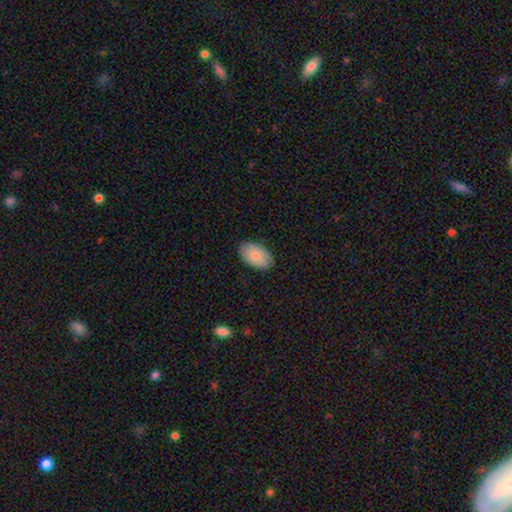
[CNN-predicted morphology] The model was most divided on "smooth or featured": smooth: 81%, featured or disk: 13%, star or artifact: 6%. More confident: how rounded — in between (93%); merging — none (85%).